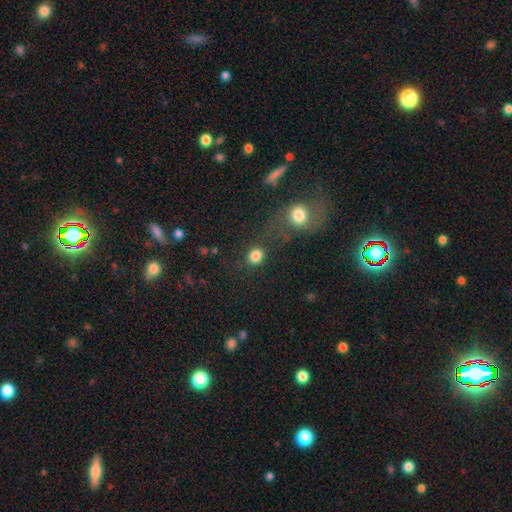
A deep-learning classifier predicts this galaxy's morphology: Smooth or featured: smooth — 84% (star or artifact — 11%)
How rounded: round — 62% (in between — 36%)
Merging: none — 73% (minor disturbance — 11%)